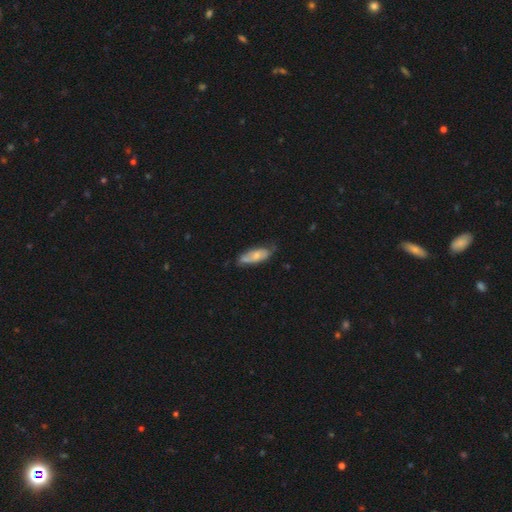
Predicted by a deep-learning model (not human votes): Smooth or featured?
  - smooth: 55% *
  - featured or disk: 39%
  - star or artifact: 6%
How rounded?
  - in between: 73% *
  - cigar-shaped: 25%
  - round: 2%
Merging?
  - none: 59% *
  - minor disturbance: 31%
  - major disturbance: 7%
  - merger: 2%